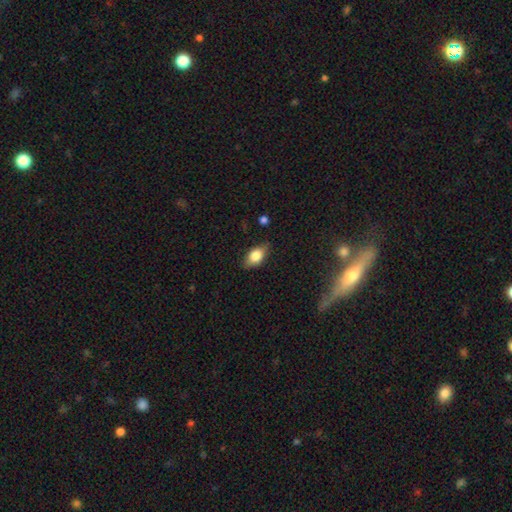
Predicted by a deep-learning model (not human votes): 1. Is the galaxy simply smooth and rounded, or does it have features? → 76% smooth, 16% featured or disk, 8% star or artifact.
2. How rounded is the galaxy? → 86% in between, 9% round, 5% cigar-shaped.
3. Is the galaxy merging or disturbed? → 79% none, 16% minor disturbance, 3% major disturbance, 1% merger.